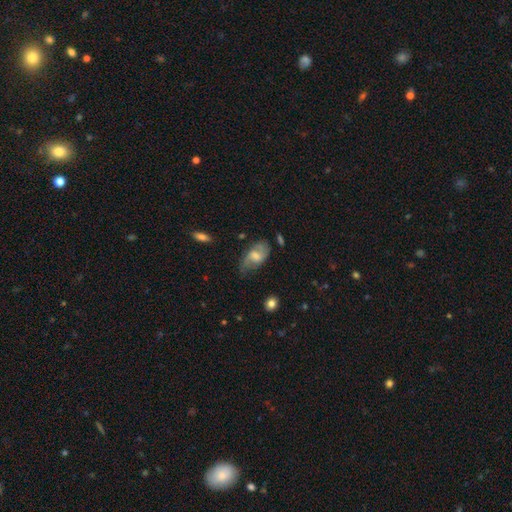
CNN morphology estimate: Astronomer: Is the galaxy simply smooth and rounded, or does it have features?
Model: featured or disk — 51% (runner-up: smooth, 42%).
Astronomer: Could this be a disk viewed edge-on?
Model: no — 94%.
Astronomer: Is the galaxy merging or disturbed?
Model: none — 53% (runner-up: minor disturbance, 31%).